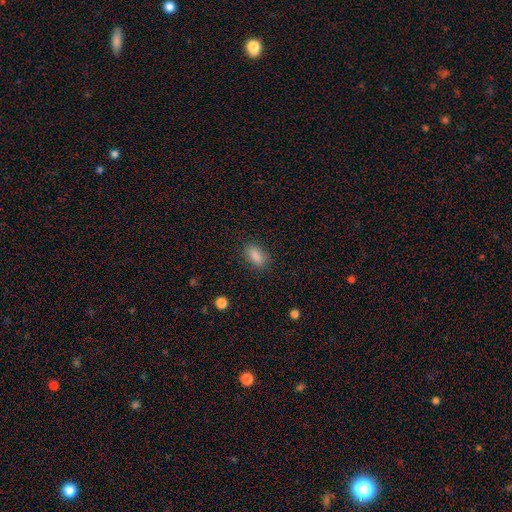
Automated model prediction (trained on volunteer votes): The model was most divided on "merging": none: 85%, minor disturbance: 11%, major disturbance: 3%, merger: 1%. More confident: how rounded — in between (88%); smooth or featured — smooth (86%).